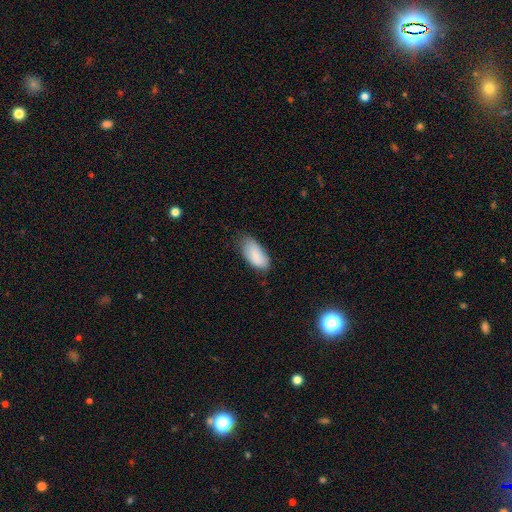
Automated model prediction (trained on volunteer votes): Smooth or featured: smooth — 86% (featured or disk — 8%)
How rounded: in between — 93% (cigar-shaped — 5%)
Merging: none — 62% (minor disturbance — 31%)